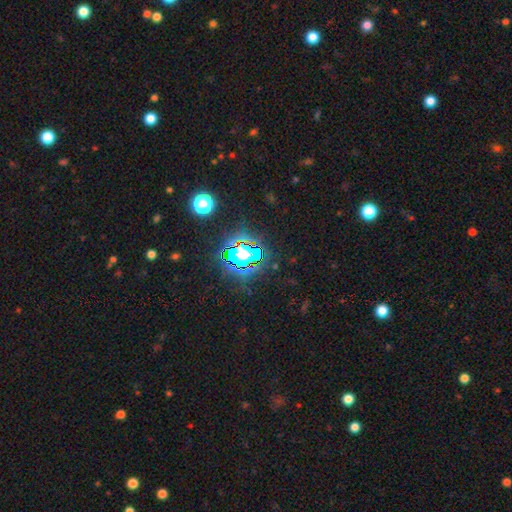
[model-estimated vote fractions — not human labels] A star or artifact, not a galaxy (80%).

Vote fractions:
- Smooth or featured? star or artifact: 80% / smooth: 12% / featured or disk: 7%